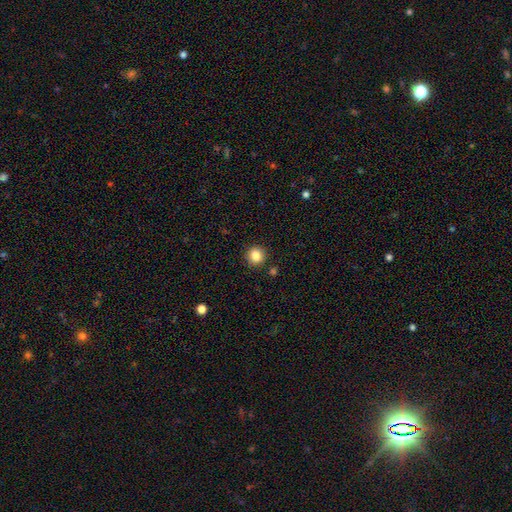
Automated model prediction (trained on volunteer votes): smooth_or_featured: smooth (p=0.86) [alt: star or artifact p=0.10]
how_rounded: round (p=0.91) [alt: in between p=0.08]
merging: none (p=0.89) [alt: minor disturbance p=0.06]